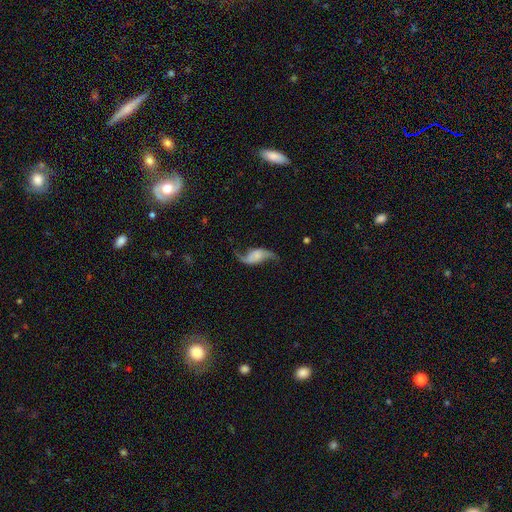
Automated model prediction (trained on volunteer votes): smooth-or-featured: featured or disk: 81% | smooth: 12% | star or artifact: 7%
  disk-edge-on: no: 95% | yes: 5%
    bar: no: 54% | weak: 31% | strong: 15%
    has-spiral-arms: yes: 94% | no: 6%
      spiral-winding: loose: 90% | medium: 8% | tight: 2%
      spiral-arm-count: 2: 93% | 1: 3% | can't tell: 2% | 3: 1% | 4: 1% | more than 4: 1%
    bulge-size: none: 45% | small: 25% | moderate: 13% | large: 11% | dominant: 6%
  merging: none: 68% | minor disturbance: 17% | major disturbance: 12% | merger: 3%